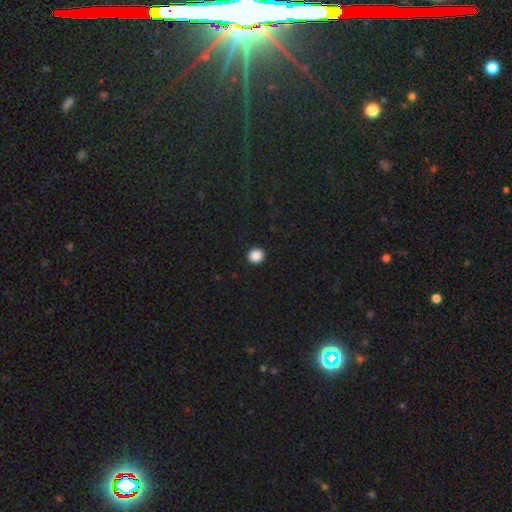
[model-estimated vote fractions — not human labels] Smooth or featured: smooth — 88% (star or artifact — 10%)
How rounded: round — 85% (in between — 14%)
Merging: none — 93% (minor disturbance — 5%)